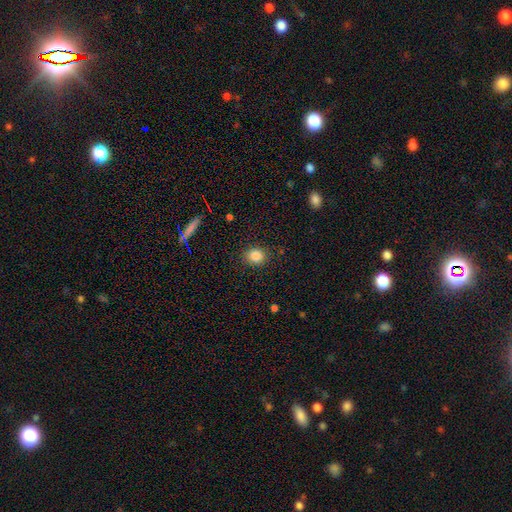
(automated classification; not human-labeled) smooth_or_featured: smooth (p=0.84) [alt: star or artifact p=0.10]
how_rounded: round (p=0.65) [alt: in between p=0.34]
merging: none (p=0.87) [alt: minor disturbance p=0.09]